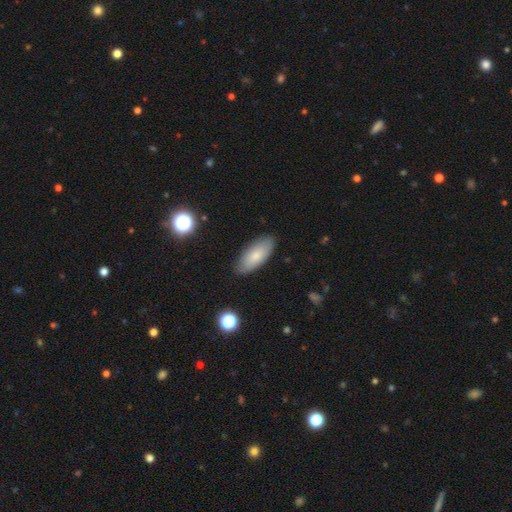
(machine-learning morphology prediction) smooth 77%, featured or disk 16%, star or artifact 7%. Down the decision tree: how rounded — in between (84%); merging — none (84%).